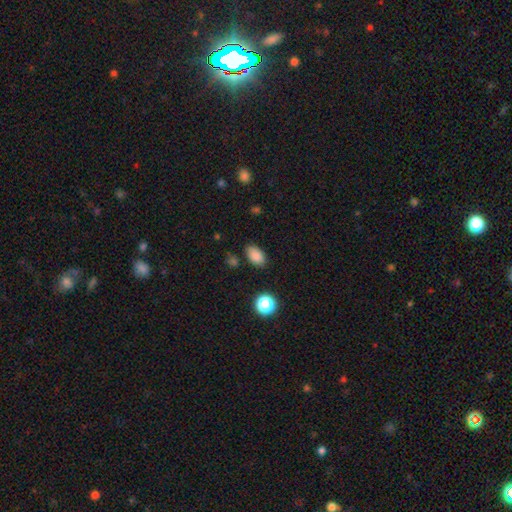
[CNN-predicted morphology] This is clearly a smooth galaxy (85%). How rounded: clearly in between (89%). Merging: clearly none (83%).